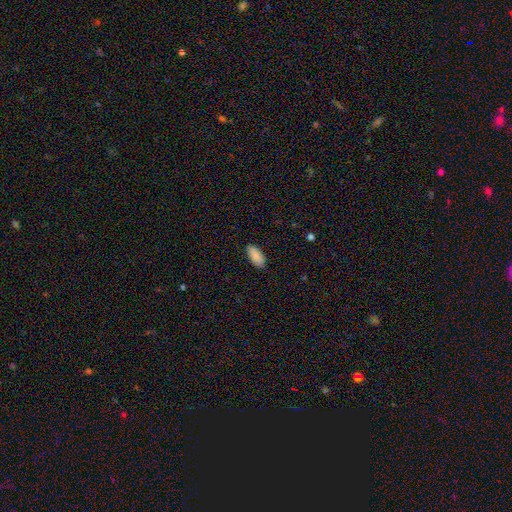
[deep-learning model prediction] smooth_or_featured: smooth (p=0.89) [alt: star or artifact p=0.06]
how_rounded: in between (p=0.90) [alt: cigar-shaped p=0.08]
merging: none (p=0.88) [alt: minor disturbance p=0.09]